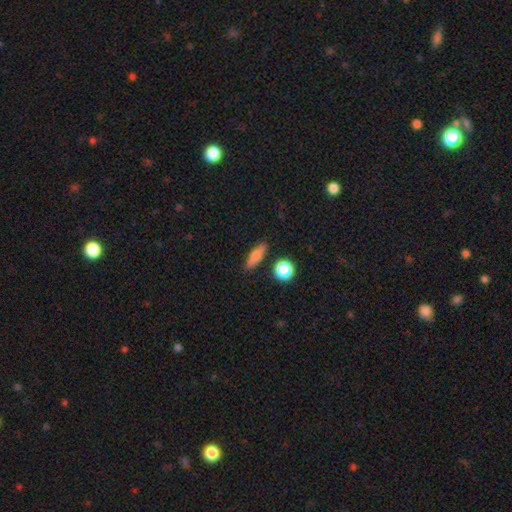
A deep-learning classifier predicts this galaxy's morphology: This is likely a smooth galaxy (72%). How rounded: possibly cigar-shaped (51%). Merging: clearly none (84%).